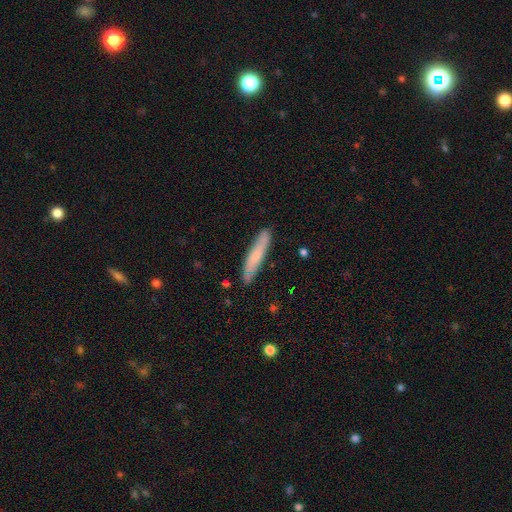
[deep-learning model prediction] smooth 66%, featured or disk 28%, star or artifact 6%. Down the decision tree: how rounded — cigar-shaped (90%); merging — none (86%).